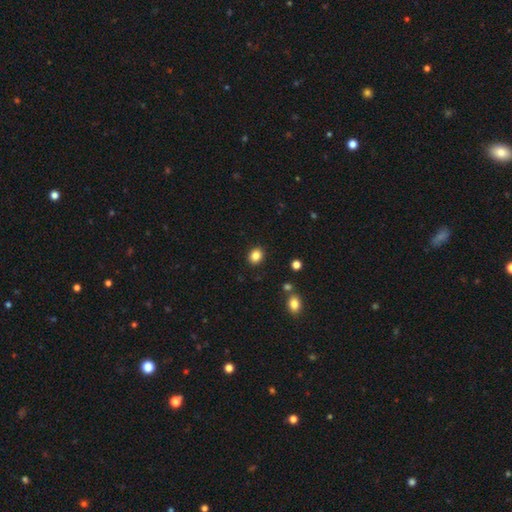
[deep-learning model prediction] The model was most divided on "how rounded": round: 57%, in between: 42%, cigar-shaped: 1%. More confident: merging — none (89%); smooth or featured — smooth (85%).